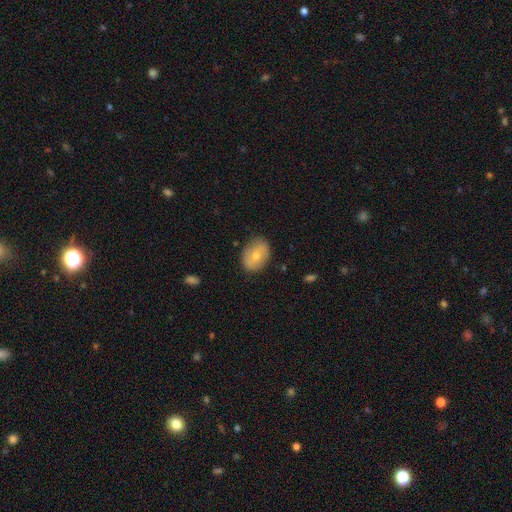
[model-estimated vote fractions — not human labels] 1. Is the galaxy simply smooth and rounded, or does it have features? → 65% smooth, 28% featured or disk, 7% star or artifact.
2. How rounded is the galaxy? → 67% in between, 31% round, 1% cigar-shaped.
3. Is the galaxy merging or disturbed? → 77% none, 18% minor disturbance, 4% major disturbance, 1% merger.